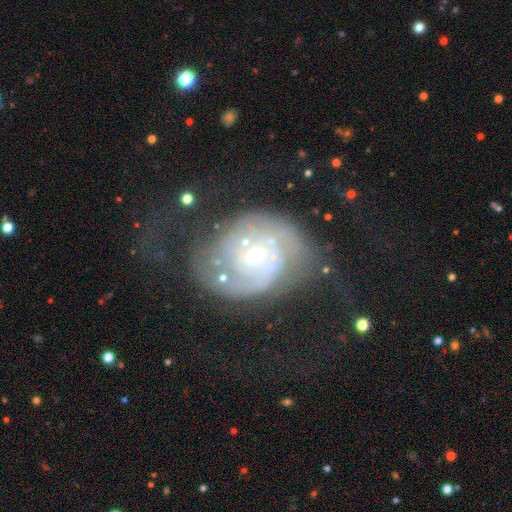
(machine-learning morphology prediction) Smooth or featured? Predicted: featured or disk (p=0.78). Edge-on disk? Predicted: no (p=0.98). Bar? Predicted: no (p=0.56). Spiral arms? Predicted: yes (p=0.84). Spiral winding? Predicted: tight (p=0.41). Spiral arm count? Predicted: 2 (p=0.55). Bulge size? Predicted: small (p=0.62). Merging? Predicted: none (p=0.42).